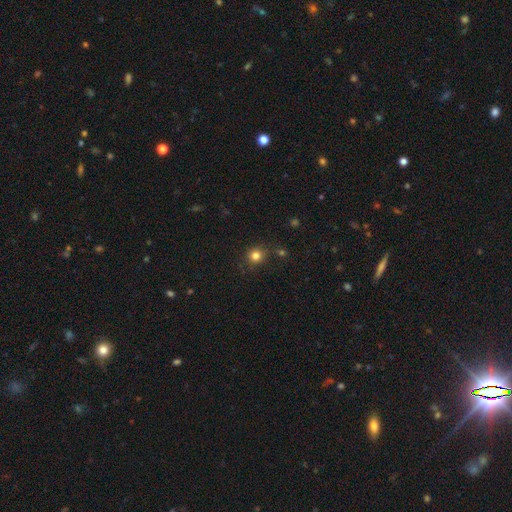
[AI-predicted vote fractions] Smooth or featured? smooth (80%)
How rounded? round (89%)
Merging? none (82%)